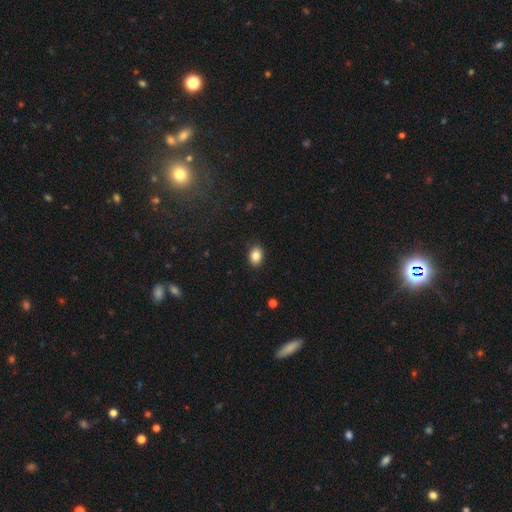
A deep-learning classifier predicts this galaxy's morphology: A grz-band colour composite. It shows a smooth galaxy with no disk features (85%) that is in between round and cigar-shaped (74%). Merging: none (88%).